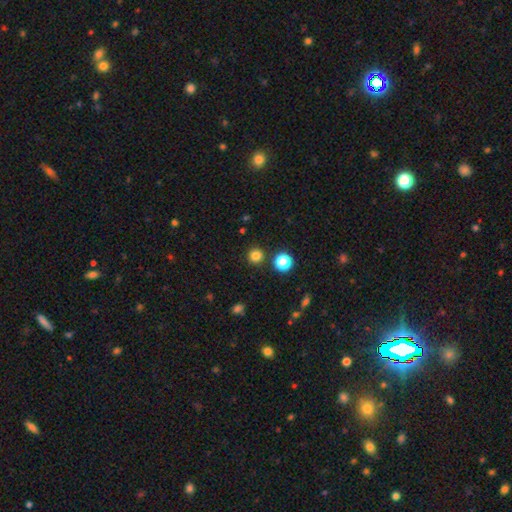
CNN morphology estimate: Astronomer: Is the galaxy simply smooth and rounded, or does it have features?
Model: smooth — 81%.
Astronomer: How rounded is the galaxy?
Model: round — 95%.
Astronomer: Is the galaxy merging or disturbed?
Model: none — 90%.